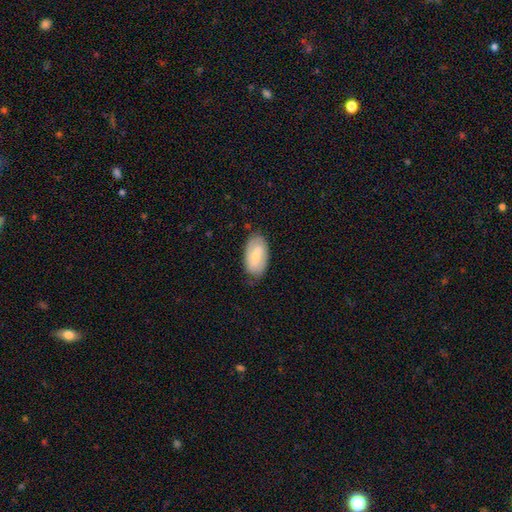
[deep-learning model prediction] Q: Smooth or featured?
A: smooth (58%); runner-up: featured or disk (36%)
Q: How rounded?
A: in between (94%); runner-up: round (3%)
Q: Merging?
A: none (78%); runner-up: minor disturbance (18%)